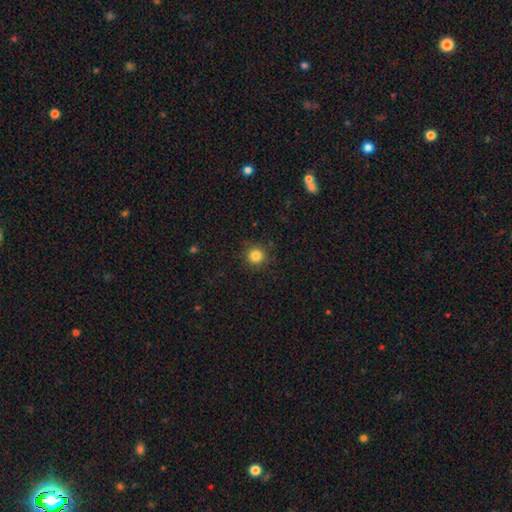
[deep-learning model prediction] Smooth or featured? Predicted: smooth (p=0.84). How rounded? Predicted: round (p=0.95). Merging? Predicted: none (p=0.90).